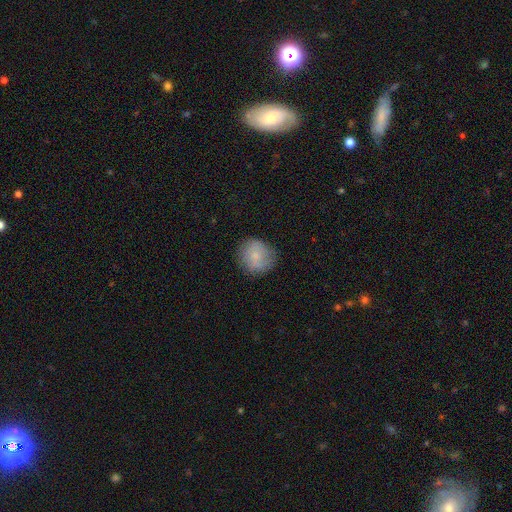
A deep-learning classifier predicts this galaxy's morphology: A smooth galaxy with no disk features (78%) that is round (88%).

Vote fractions:
- Smooth or featured? smooth: 78% / featured or disk: 14% / star or artifact: 8%
- How rounded? round: 88% / in between: 11% / cigar-shaped: 1%
- Merging? none: 78% / minor disturbance: 16% / major disturbance: 4% / merger: 1%